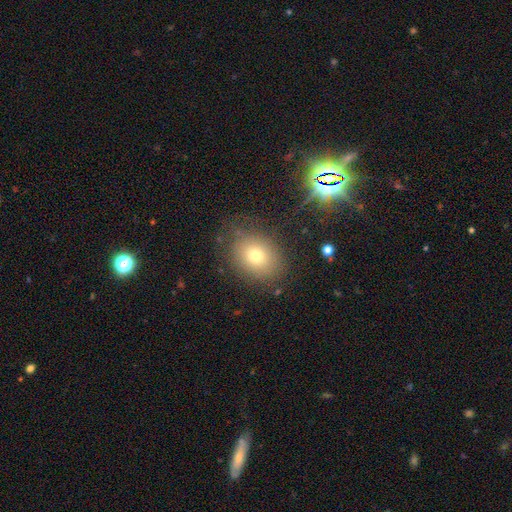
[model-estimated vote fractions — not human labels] Smooth or featured?
  - smooth: 71% *
  - star or artifact: 16%
  - featured or disk: 13%
How rounded?
  - in between: 52% *
  - round: 47%
  - cigar-shaped: 1%
Merging?
  - none: 79% *
  - minor disturbance: 14%
  - major disturbance: 6%
  - merger: 2%